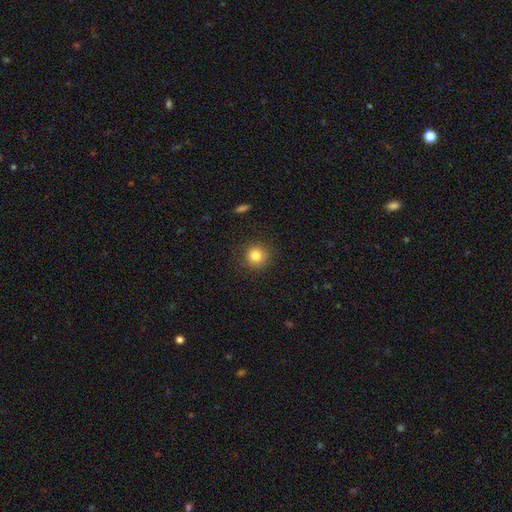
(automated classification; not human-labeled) This appears to be a smooth galaxy with no disk features (82%) that is round (93%). Merging: none (87%).